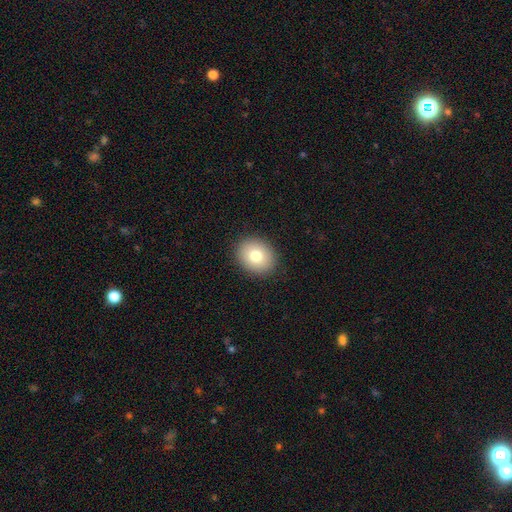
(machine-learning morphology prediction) Smooth or featured: smooth — 78% (featured or disk — 12%)
How rounded: round — 62% (in between — 37%)
Merging: none — 90% (minor disturbance — 7%)